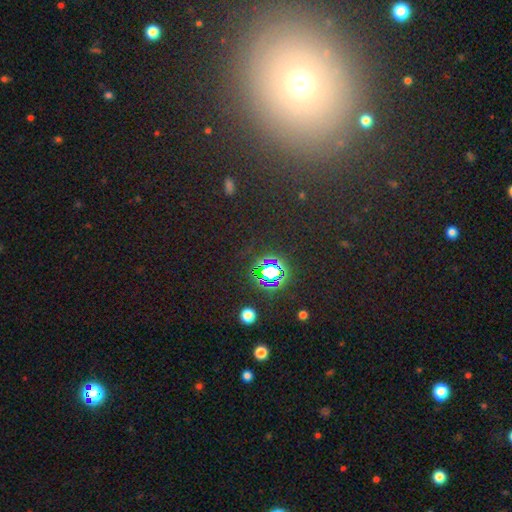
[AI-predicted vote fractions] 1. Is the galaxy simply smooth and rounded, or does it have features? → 52% star or artifact, 34% smooth, 14% featured or disk.